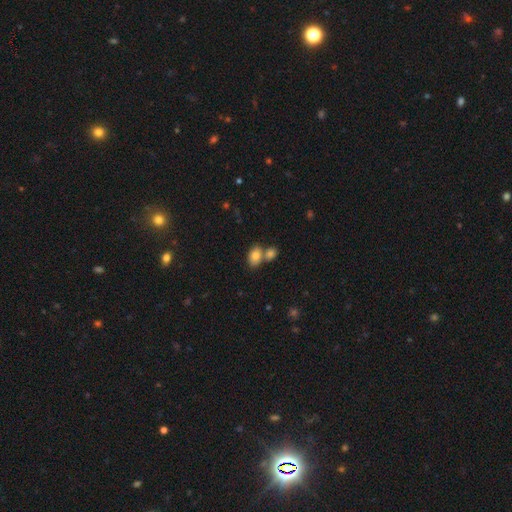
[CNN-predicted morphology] A smooth galaxy with no disk features (83%) that is in between round and cigar-shaped (81%). Merging: none (45%).